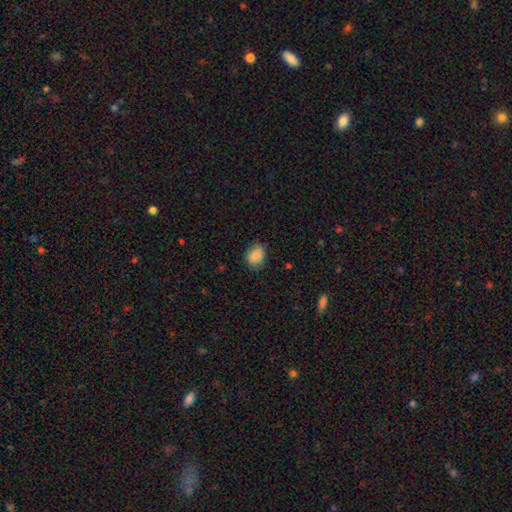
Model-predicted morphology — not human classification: smooth-or-featured: smooth: 88% | star or artifact: 7% | featured or disk: 5%
  how-rounded: in between: 61% | round: 38% | cigar-shaped: 1%
  merging: none: 81% | minor disturbance: 15% | major disturbance: 3% | merger: 1%